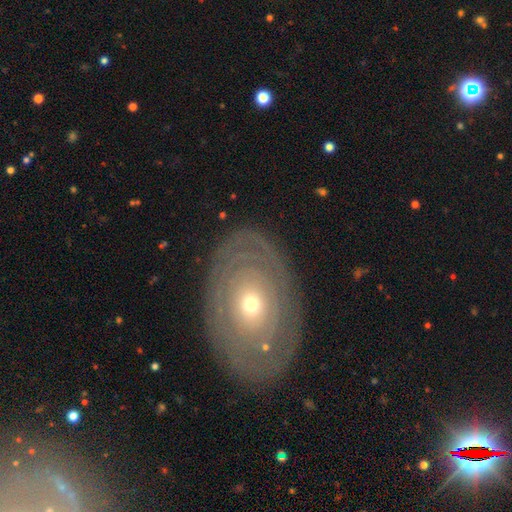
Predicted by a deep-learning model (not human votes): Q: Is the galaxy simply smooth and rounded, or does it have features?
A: featured or disk — 64%.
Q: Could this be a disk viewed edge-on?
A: no — 92%.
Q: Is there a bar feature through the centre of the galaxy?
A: no — 85%.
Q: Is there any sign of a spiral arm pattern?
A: yes — 52%.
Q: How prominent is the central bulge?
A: small — 52%.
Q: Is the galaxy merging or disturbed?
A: none — 85%.